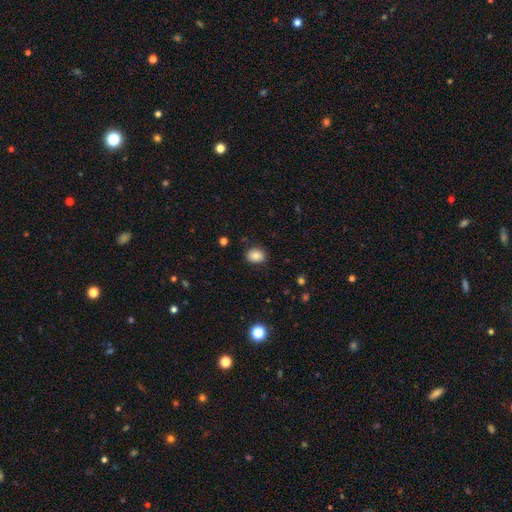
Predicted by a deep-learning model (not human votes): A smooth galaxy with no disk features (83%) that is in between round and cigar-shaped (57%). Merging: none (84%).